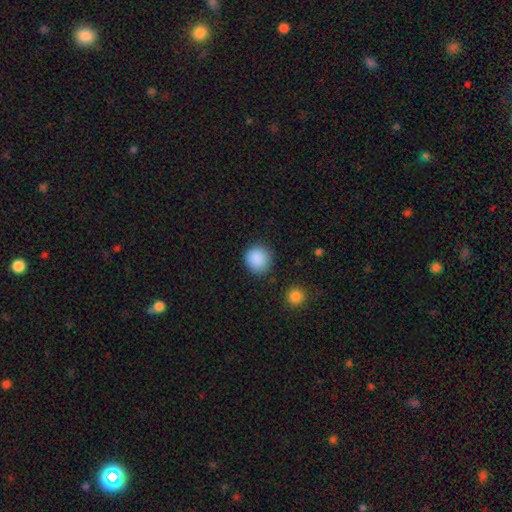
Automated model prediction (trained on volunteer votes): A smooth galaxy with no disk features (89%) that is round (91%). Merging: none (87%).